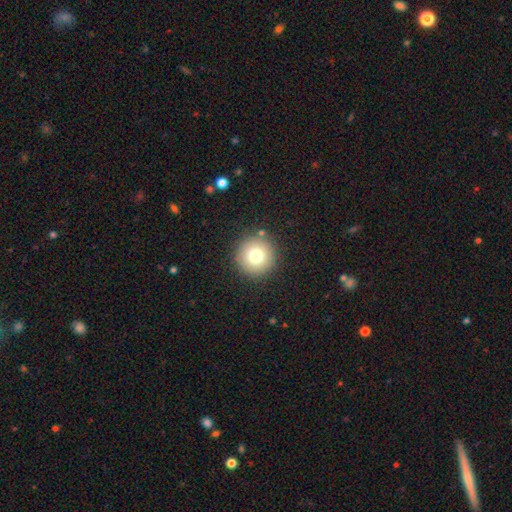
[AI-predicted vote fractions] A smooth galaxy with no disk features (76%) that is round (96%). Merging: none (89%).